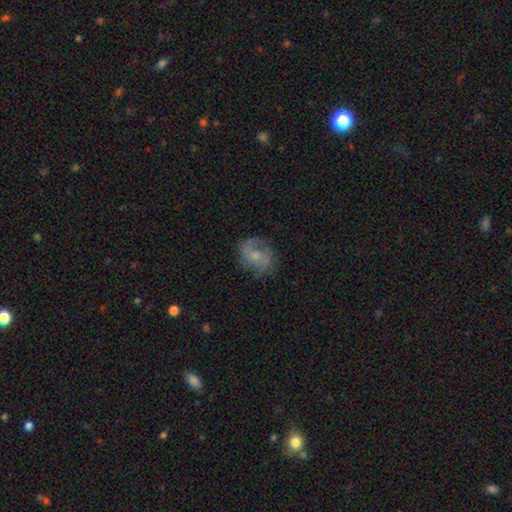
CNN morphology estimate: type=featured or disk (54%); edge-on=no (97%); bar=no (55%); spiral arms=yes (82%); bulge=small (45%); merging=none (66%).